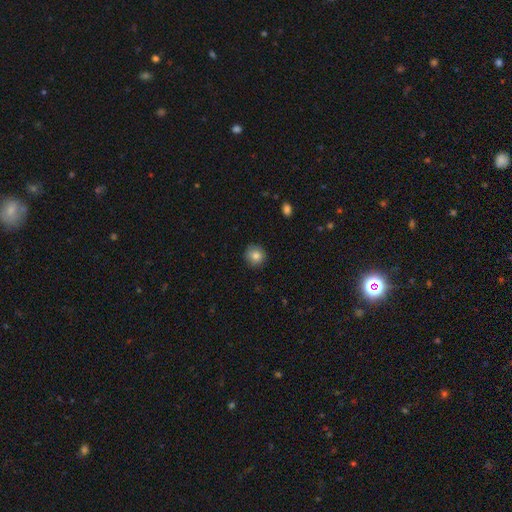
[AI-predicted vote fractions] The model was most divided on "smooth or featured": smooth: 82%, star or artifact: 9%, featured or disk: 8%. More confident: how rounded — round (93%); merging — none (89%).